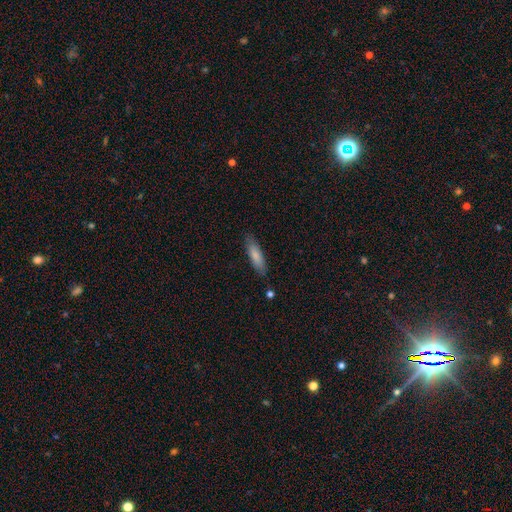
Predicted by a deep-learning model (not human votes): smooth_or_featured: smooth (p=0.81) [alt: featured or disk p=0.14]
how_rounded: cigar-shaped (p=0.67) [alt: in between p=0.32]
merging: none (p=0.84) [alt: minor disturbance p=0.12]